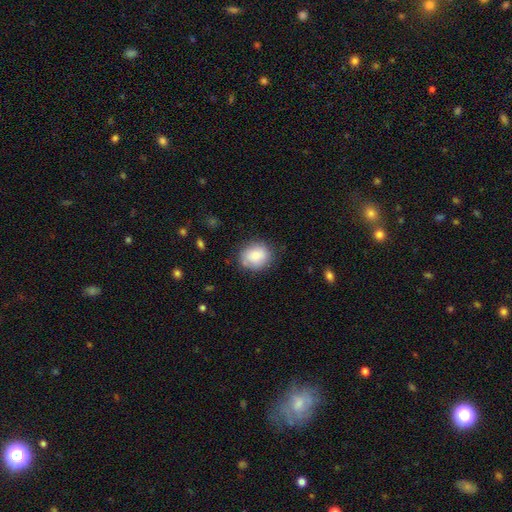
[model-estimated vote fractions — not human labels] Overall: smooth (83%). How rounded: round (70%). Merging: none (77%).